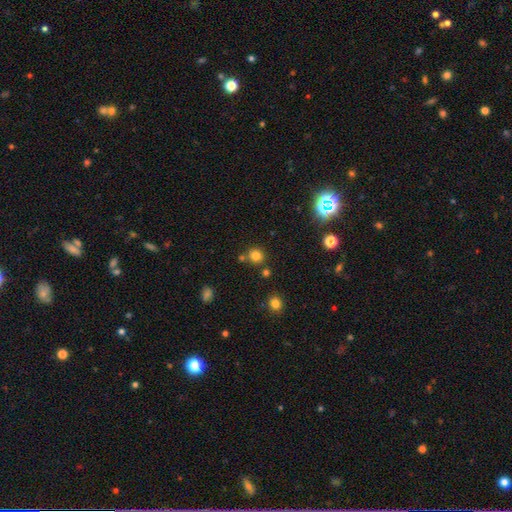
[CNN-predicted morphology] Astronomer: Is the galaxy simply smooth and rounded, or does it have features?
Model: smooth — 78%.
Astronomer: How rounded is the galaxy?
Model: round — 90%.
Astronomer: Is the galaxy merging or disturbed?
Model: none — 78%.